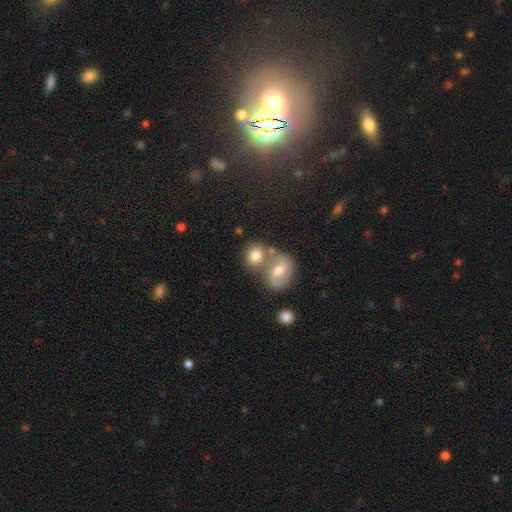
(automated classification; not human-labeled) Smooth or featured? smooth (72%)
How rounded? round (71%)
Merging? merger (48%)